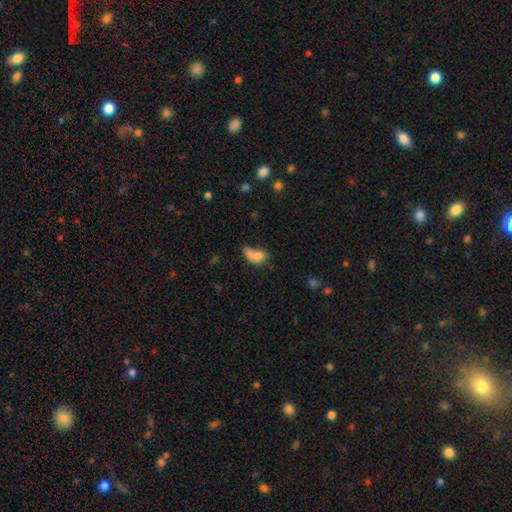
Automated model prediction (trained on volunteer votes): smooth-or-featured: smooth: 71% | featured or disk: 17% | star or artifact: 12%
  how-rounded: in between: 75% | round: 20% | cigar-shaped: 5%
  merging: merger: 39% | none: 24% | major disturbance: 19% | minor disturbance: 18%